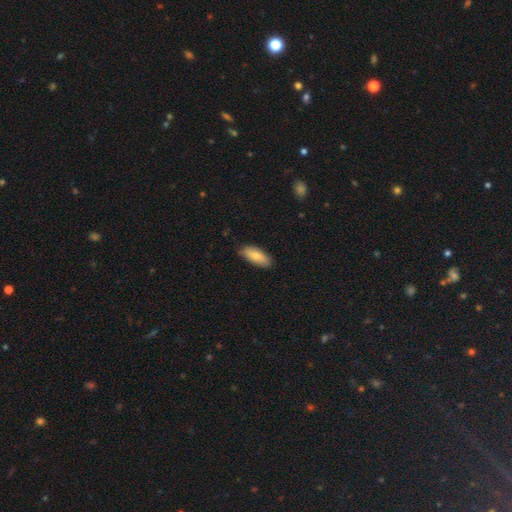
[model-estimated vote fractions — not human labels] Q: Smooth or featured?
A: smooth (79%); runner-up: featured or disk (15%)
Q: How rounded?
A: in between (80%); runner-up: cigar-shaped (18%)
Q: Merging?
A: none (84%); runner-up: minor disturbance (13%)